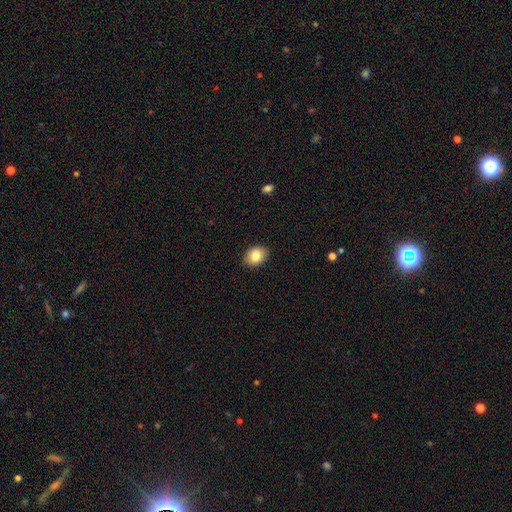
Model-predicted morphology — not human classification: smooth 84%, featured or disk 8%, star or artifact 8%. Down the decision tree: how rounded — in between (69%); merging — none (89%).